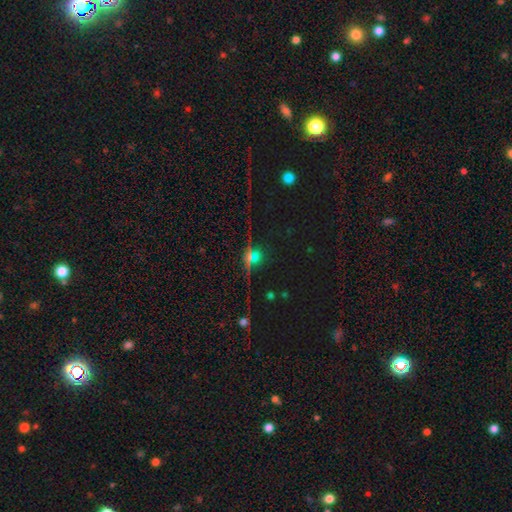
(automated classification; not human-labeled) smooth_or_featured: star or artifact (p=0.65) [alt: smooth p=0.19]